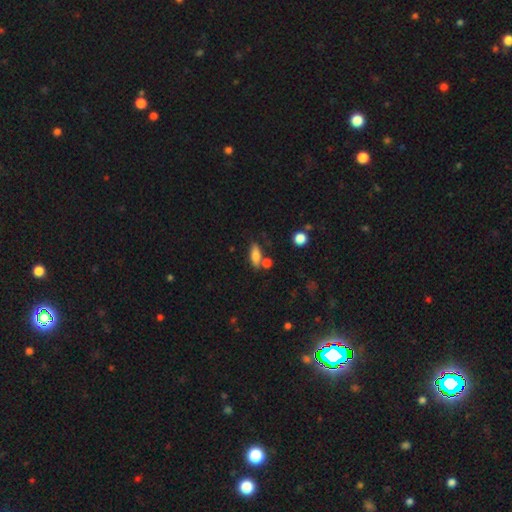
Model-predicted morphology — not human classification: type=smooth (76%); roundness=in between (67%); merging=none (65%).